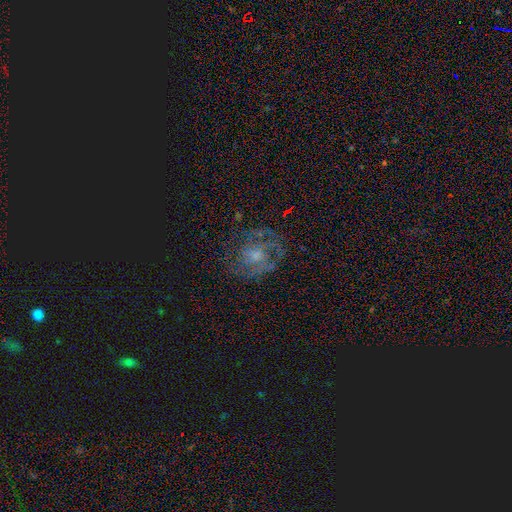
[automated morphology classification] Q: Smooth or featured?
A: featured or disk (69%); runner-up: smooth (21%)
Q: Edge-on disk?
A: no (97%); runner-up: yes (3%)
Q: Bar?
A: no (71%); runner-up: weak (25%)
Q: Spiral arms?
A: yes (74%); runner-up: no (26%)
Q: Spiral winding?
A: tight (46%); runner-up: medium (40%)
Q: Spiral arm count?
A: can't tell (39%); runner-up: 2 (32%)
Q: Bulge size?
A: moderate (43%); runner-up: small (35%)
Q: Merging?
A: none (66%); runner-up: minor disturbance (18%)